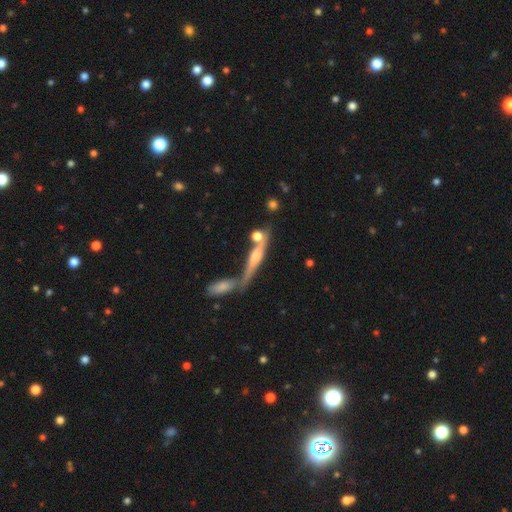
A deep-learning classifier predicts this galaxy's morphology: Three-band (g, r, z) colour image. It shows a featured or disk galaxy (54%) viewed edge-on (71%). Merging: merger (53%).